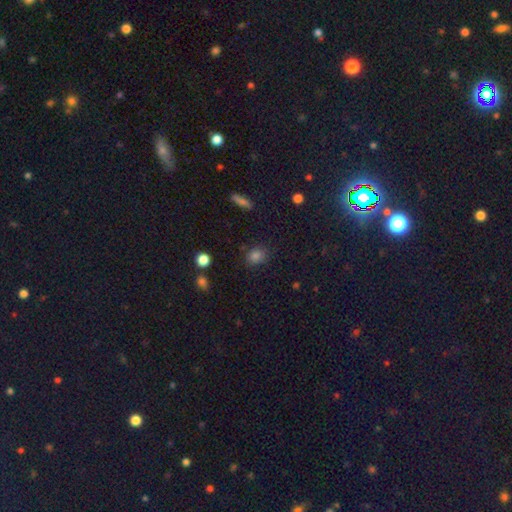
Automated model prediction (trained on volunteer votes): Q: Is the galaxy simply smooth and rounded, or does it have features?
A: smooth — 78%.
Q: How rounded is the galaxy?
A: round — 54%.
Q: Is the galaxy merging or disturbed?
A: none — 83%.